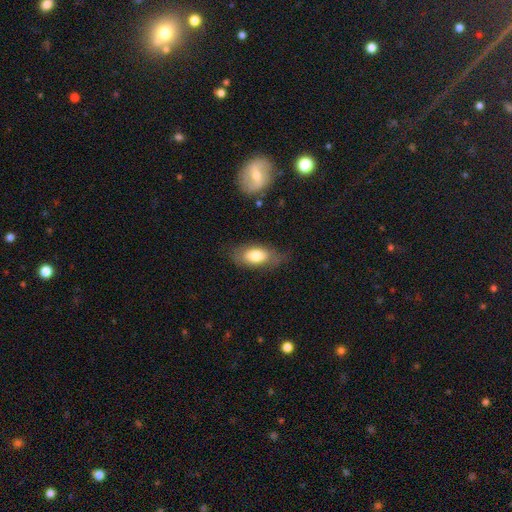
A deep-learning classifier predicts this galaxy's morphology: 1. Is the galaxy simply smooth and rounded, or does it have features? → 72% smooth, 21% featured or disk, 7% star or artifact.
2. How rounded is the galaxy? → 89% in between, 5% cigar-shaped, 5% round.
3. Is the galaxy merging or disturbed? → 70% none, 21% minor disturbance, 7% major disturbance, 2% merger.